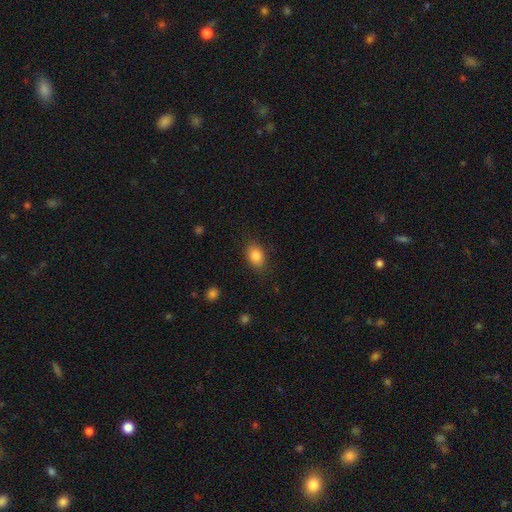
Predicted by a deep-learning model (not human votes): Morphology: type=smooth (84%); roundness=in between (78%); merging=none (84%).